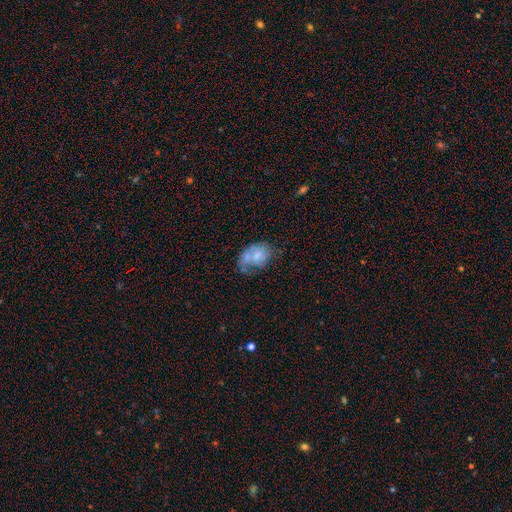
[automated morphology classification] smooth 51%, featured or disk 40%, star or artifact 9%. Down the decision tree: how rounded — in between (79%); merging — none (31%).